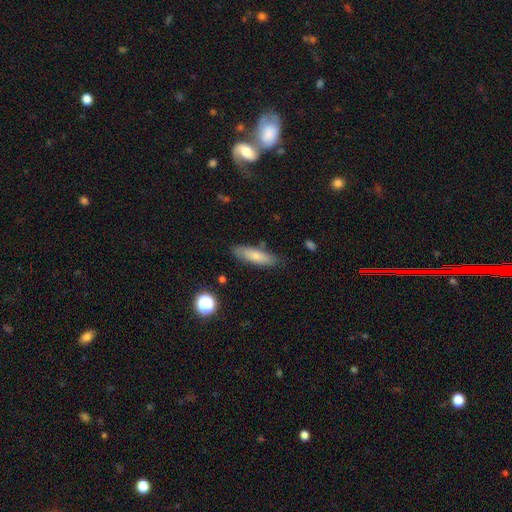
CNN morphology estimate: smooth-or-featured: smooth: 75% | featured or disk: 18% | star or artifact: 7%
  how-rounded: cigar-shaped: 56% | in between: 42% | round: 2%
  merging: none: 81% | minor disturbance: 14% | major disturbance: 3% | merger: 2%